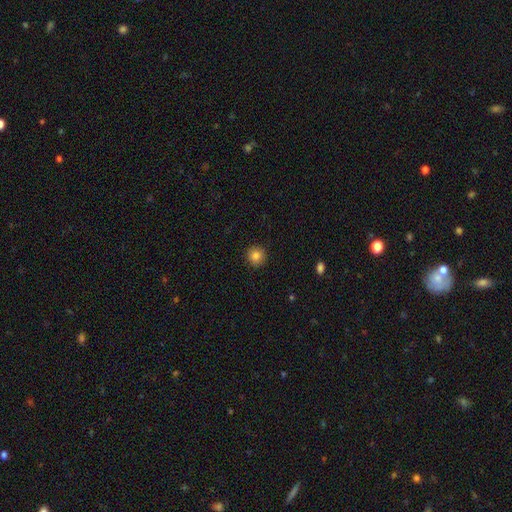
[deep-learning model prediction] This appears to be a smooth galaxy with no disk features (84%) that is round (93%). Merging: none (91%).